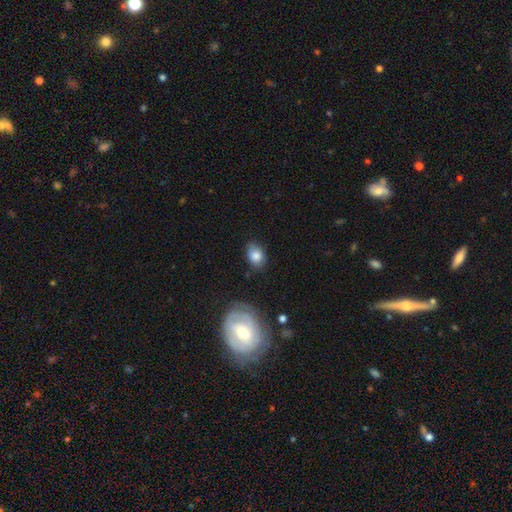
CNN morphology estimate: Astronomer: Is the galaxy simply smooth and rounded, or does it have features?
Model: smooth — 81%.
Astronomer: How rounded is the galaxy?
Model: in between — 72%.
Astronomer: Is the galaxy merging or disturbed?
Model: none — 72%.